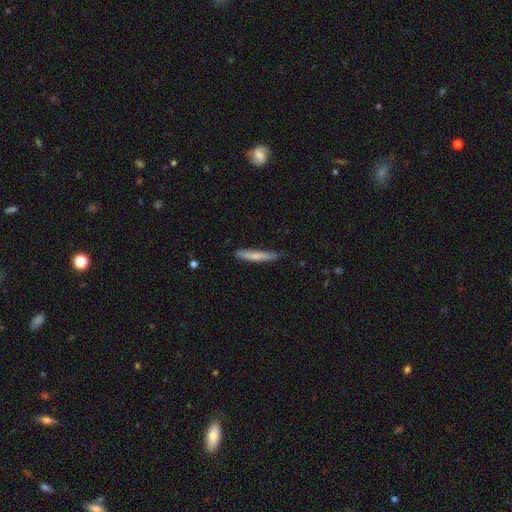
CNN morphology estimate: The model was most divided on "smooth or featured": smooth: 69%, featured or disk: 25%, star or artifact: 6%. More confident: how rounded — cigar-shaped (93%); merging — none (78%).